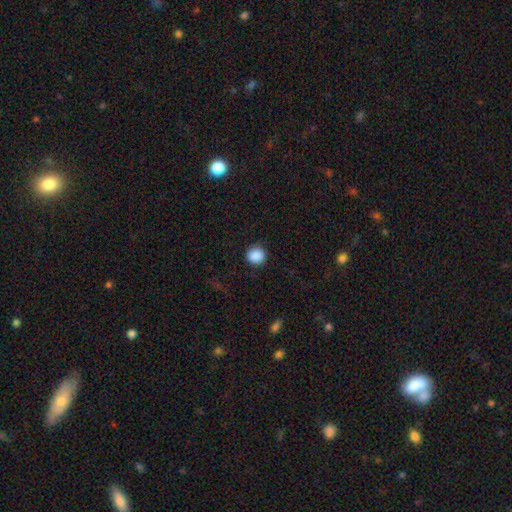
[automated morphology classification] Smooth or featured: smooth — 89% (star or artifact — 8%)
How rounded: round — 93% (in between — 6%)
Merging: none — 89% (minor disturbance — 7%)